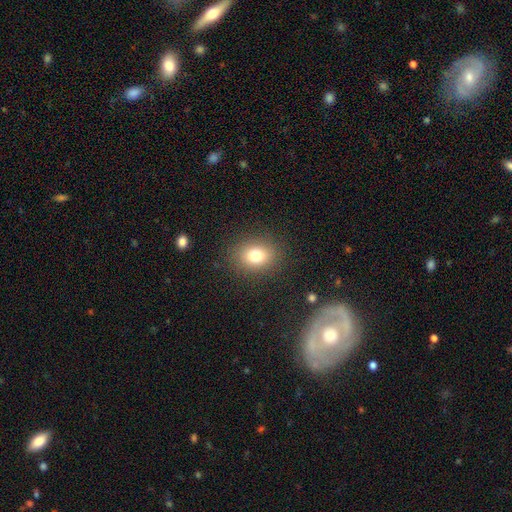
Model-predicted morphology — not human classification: Smooth or featured? smooth (77%)
How rounded? round (51%)
Merging? none (87%)